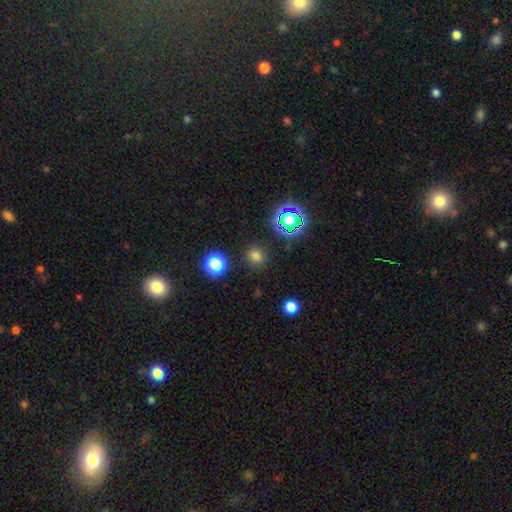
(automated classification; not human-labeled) This is likely a smooth galaxy (72%). How rounded: clearly round (92%). Merging: clearly none (89%).